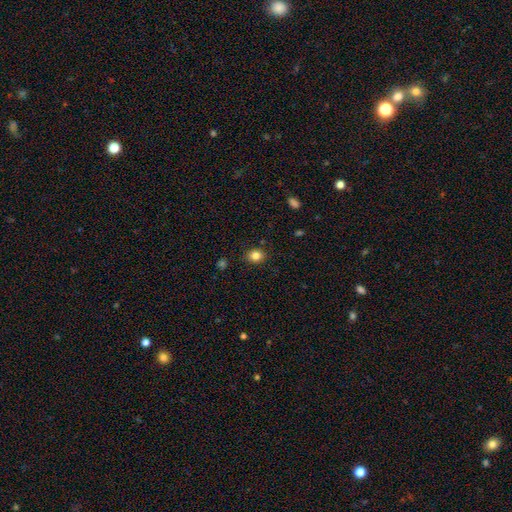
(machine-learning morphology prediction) Q: Smooth or featured?
A: smooth (83%); runner-up: star or artifact (11%)
Q: How rounded?
A: round (57%); runner-up: in between (42%)
Q: Merging?
A: none (87%); runner-up: minor disturbance (9%)